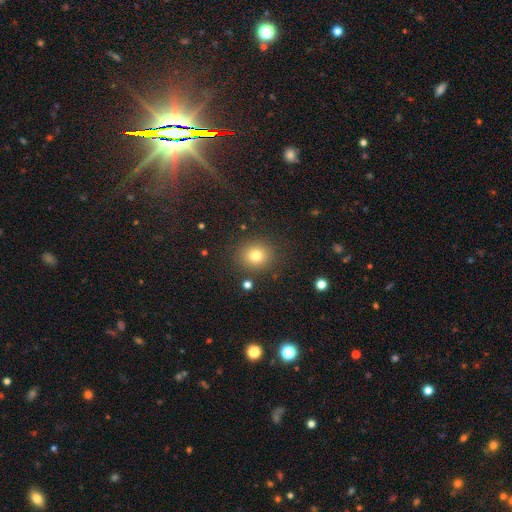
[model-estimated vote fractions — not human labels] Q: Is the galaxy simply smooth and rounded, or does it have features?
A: smooth — 78%.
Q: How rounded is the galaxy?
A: round — 85%.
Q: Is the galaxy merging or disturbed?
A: none — 87%.